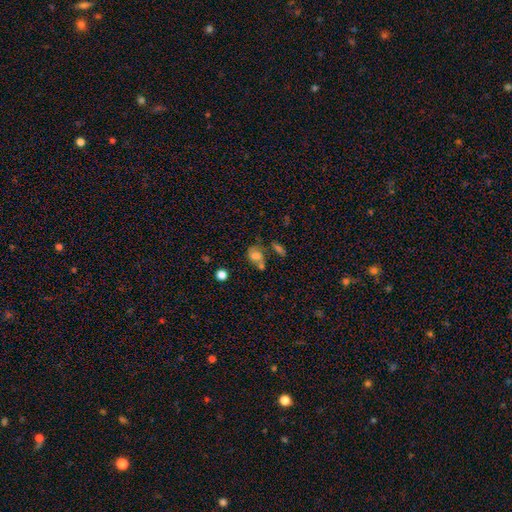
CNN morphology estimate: Smooth or featured? Predicted: smooth (p=0.67). How rounded? Predicted: in between (p=0.55). Merging? Predicted: merger (p=0.34, tied with none).